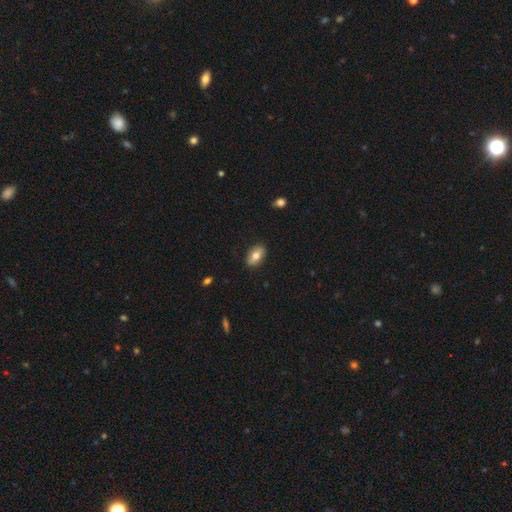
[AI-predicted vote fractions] The model was most divided on "smooth or featured": smooth: 74%, featured or disk: 19%, star or artifact: 7%. More confident: how rounded — in between (90%); merging — none (87%).